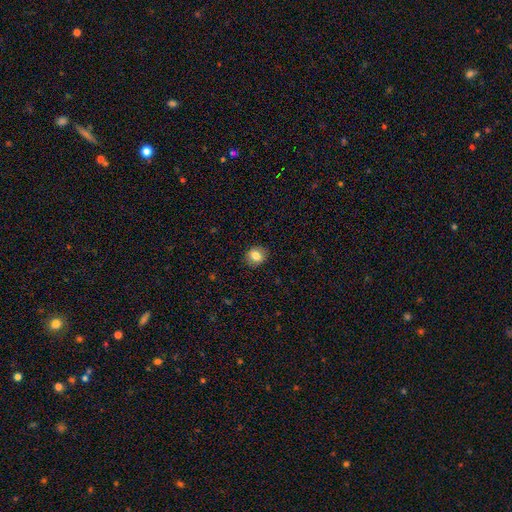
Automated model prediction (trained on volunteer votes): Q: Smooth or featured?
A: smooth (83%); runner-up: star or artifact (9%)
Q: How rounded?
A: round (75%); runner-up: in between (24%)
Q: Merging?
A: none (89%); runner-up: minor disturbance (8%)